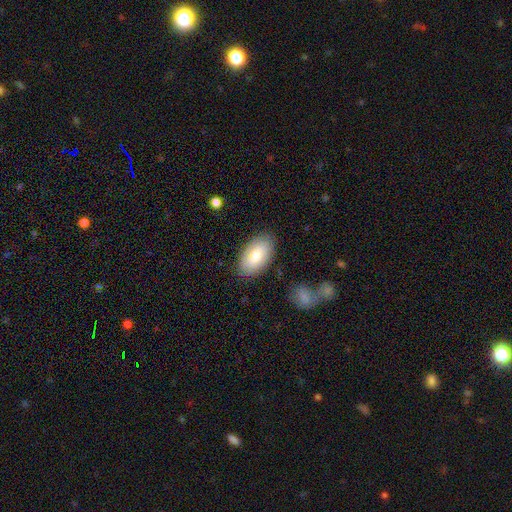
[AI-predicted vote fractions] A smooth galaxy with no disk features (76%) that is in between round and cigar-shaped (95%).

Vote fractions:
- Smooth or featured? smooth: 76% / featured or disk: 18% / star or artifact: 6%
- How rounded? in between: 95% / round: 3% / cigar-shaped: 2%
- Merging? none: 85% / minor disturbance: 10% / major disturbance: 3% / merger: 2%